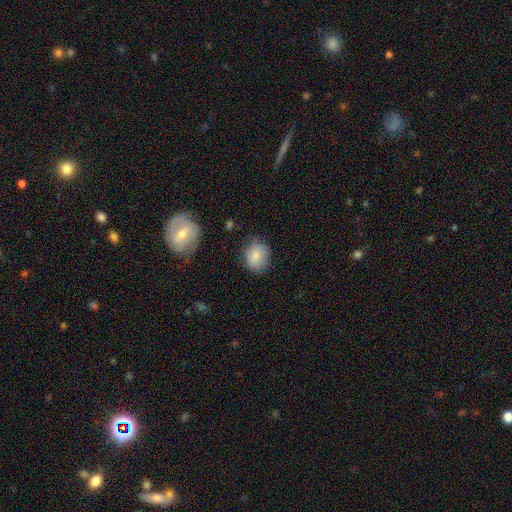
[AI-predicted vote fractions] A smooth galaxy with no disk features (83%) that is round (64%).

Vote fractions:
- Smooth or featured? smooth: 83% / featured or disk: 10% / star or artifact: 8%
- How rounded? round: 64% / in between: 35% / cigar-shaped: 1%
- Merging? none: 71% / minor disturbance: 22% / major disturbance: 5% / merger: 2%